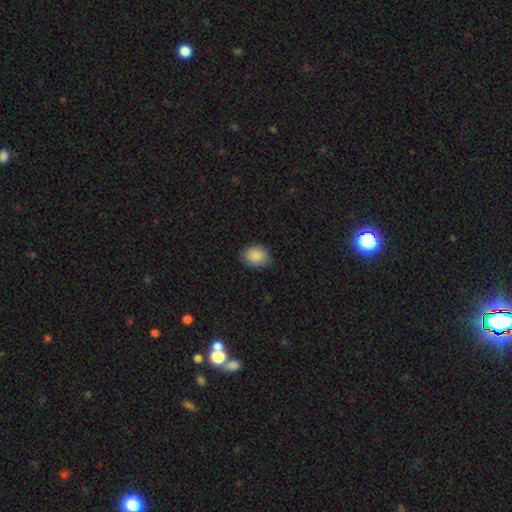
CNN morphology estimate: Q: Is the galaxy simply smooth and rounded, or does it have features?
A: smooth — 88%.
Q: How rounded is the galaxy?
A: in between — 54%.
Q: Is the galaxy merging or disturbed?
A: none — 81%.